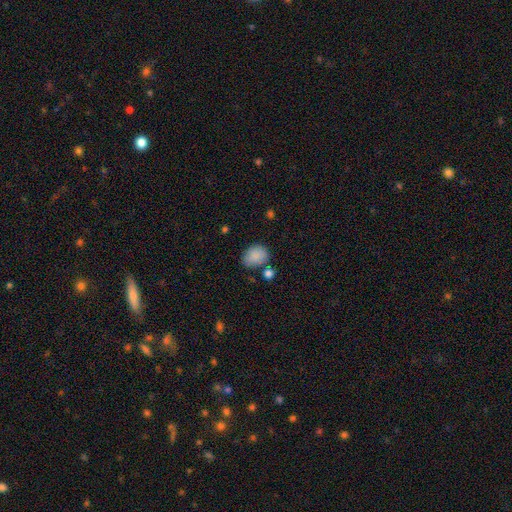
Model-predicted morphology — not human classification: Q: Smooth or featured?
A: smooth (86%); runner-up: star or artifact (8%)
Q: How rounded?
A: in between (62%); runner-up: round (37%)
Q: Merging?
A: none (67%); runner-up: minor disturbance (18%)